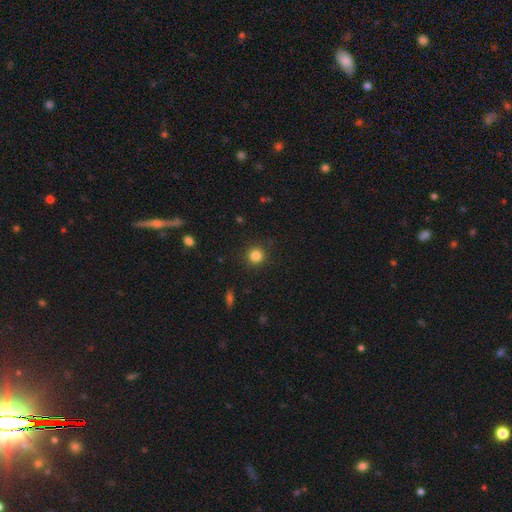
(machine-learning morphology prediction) Smooth or featured: smooth — 84% (star or artifact — 12%)
How rounded: round — 94% (in between — 5%)
Merging: none — 90% (minor disturbance — 6%)